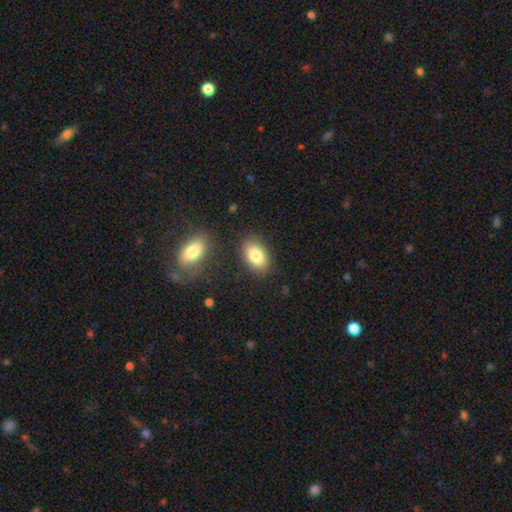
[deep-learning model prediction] This is clearly a smooth galaxy (83%). How rounded: clearly in between (89%). Merging: clearly none (84%).